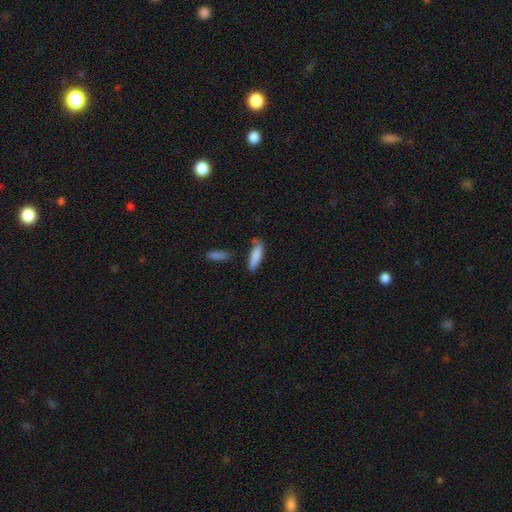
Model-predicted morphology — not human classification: Smooth or featured? smooth (86%)
How rounded? cigar-shaped (61%)
Merging? none (74%)